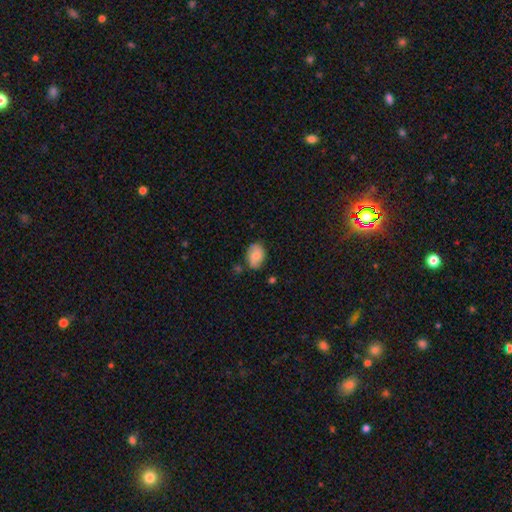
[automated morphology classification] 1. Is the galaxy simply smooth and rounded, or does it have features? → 72% smooth, 20% featured or disk, 8% star or artifact.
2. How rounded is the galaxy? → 78% in between, 20% round, 1% cigar-shaped.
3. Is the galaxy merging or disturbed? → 70% none, 21% minor disturbance, 4% major disturbance, 4% merger.